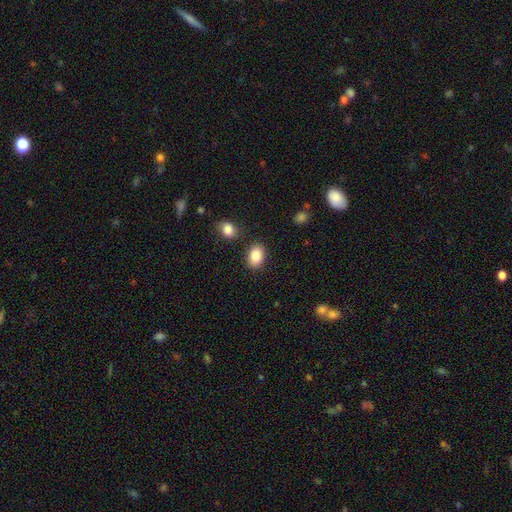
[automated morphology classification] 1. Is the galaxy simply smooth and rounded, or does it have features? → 87% smooth, 8% star or artifact, 6% featured or disk.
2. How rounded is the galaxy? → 80% in between, 19% round, 1% cigar-shaped.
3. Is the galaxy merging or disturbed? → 83% none, 10% minor disturbance, 5% merger, 3% major disturbance.